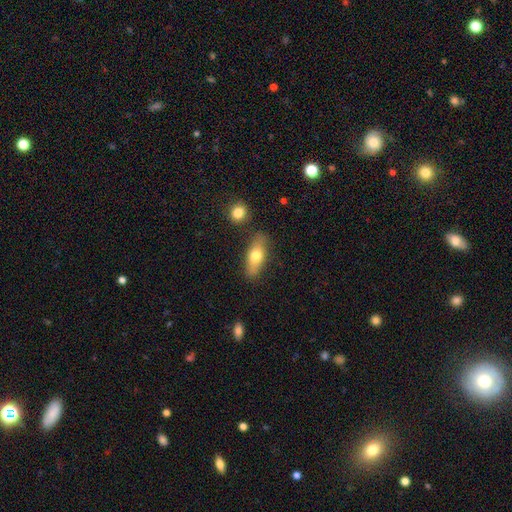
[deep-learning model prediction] This appears to be a smooth galaxy with no disk features (68%) that is in between round and cigar-shaped (69%). Merging: none (79%).